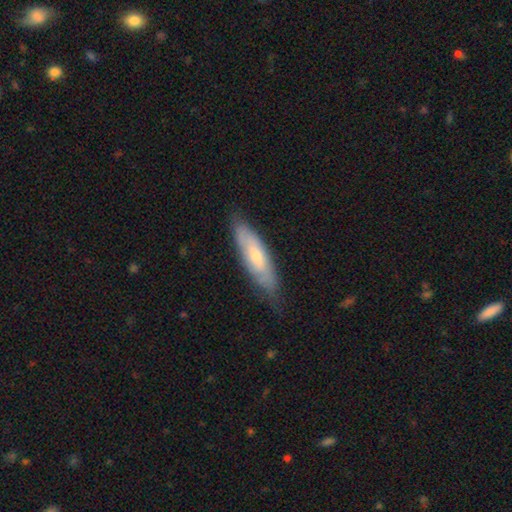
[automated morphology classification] Smooth or featured? Predicted: smooth (p=0.54). How rounded? Predicted: cigar-shaped (p=0.60). Merging? Predicted: none (p=0.71).